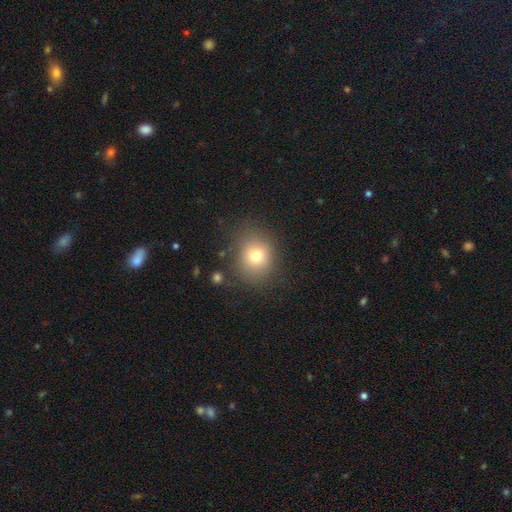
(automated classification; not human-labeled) Smooth or featured? Predicted: smooth (p=0.74). How rounded? Predicted: round (p=0.73). Merging? Predicted: none (p=0.78).